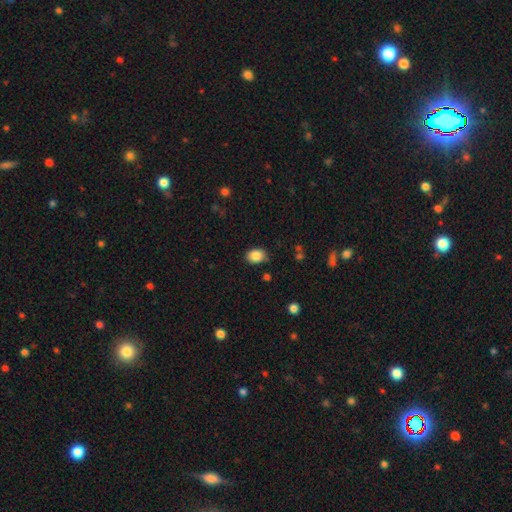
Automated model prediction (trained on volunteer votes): Smooth or featured: smooth — 86% (star or artifact — 9%)
How rounded: in between — 66% (round — 33%)
Merging: none — 81% (minor disturbance — 14%)